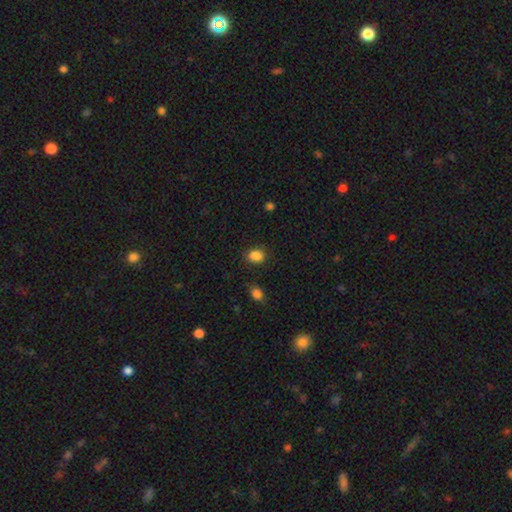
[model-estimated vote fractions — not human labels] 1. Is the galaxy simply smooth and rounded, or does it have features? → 86% smooth, 10% star or artifact, 3% featured or disk.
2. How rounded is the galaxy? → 62% in between, 36% round, 1% cigar-shaped.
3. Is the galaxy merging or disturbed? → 79% none, 14% minor disturbance, 4% merger, 4% major disturbance.